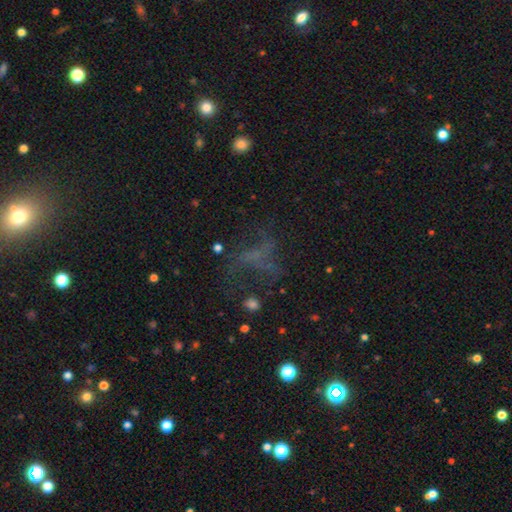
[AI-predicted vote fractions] Smooth or featured?
  - star or artifact: 38% *
  - featured or disk: 35%
  - smooth: 26%